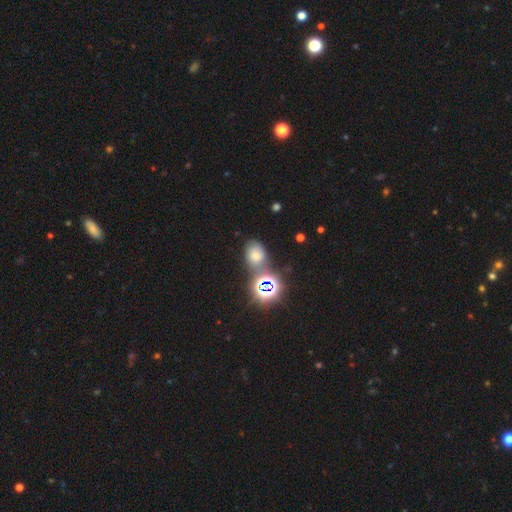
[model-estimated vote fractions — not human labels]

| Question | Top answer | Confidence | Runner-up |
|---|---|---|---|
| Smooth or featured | smooth | 51% | star or artifact (34%) |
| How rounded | in between | 67% | round (31%) |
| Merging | none | 57% | minor disturbance (19%) |